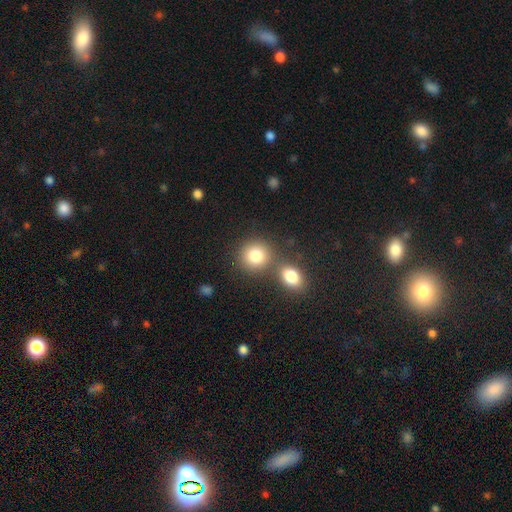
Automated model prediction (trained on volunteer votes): This is clearly a smooth galaxy (82%). How rounded: clearly round (83%). Merging: possibly none (59%).